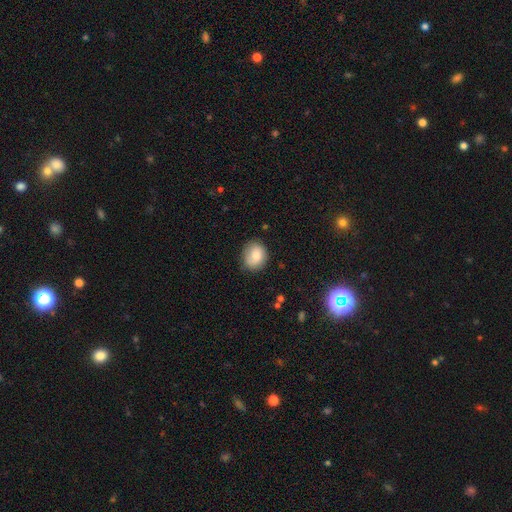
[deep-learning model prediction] This appears to be a smooth galaxy with no disk features (80%) that is round (63%). Merging: none (75%).